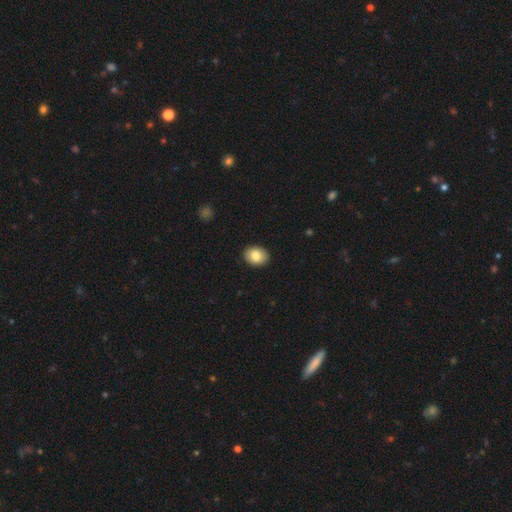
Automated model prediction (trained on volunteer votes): smooth 82%, featured or disk 10%, star or artifact 7%. Down the decision tree: how rounded — in between (65%); merging — none (91%).